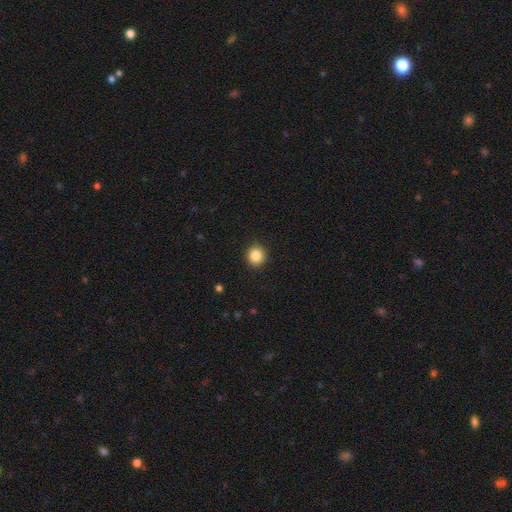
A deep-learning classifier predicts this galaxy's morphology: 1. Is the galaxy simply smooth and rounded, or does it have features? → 85% smooth, 10% star or artifact, 5% featured or disk.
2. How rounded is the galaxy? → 93% round, 7% in between, 1% cigar-shaped.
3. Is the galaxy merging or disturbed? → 92% none, 5% minor disturbance, 2% major disturbance, 1% merger.